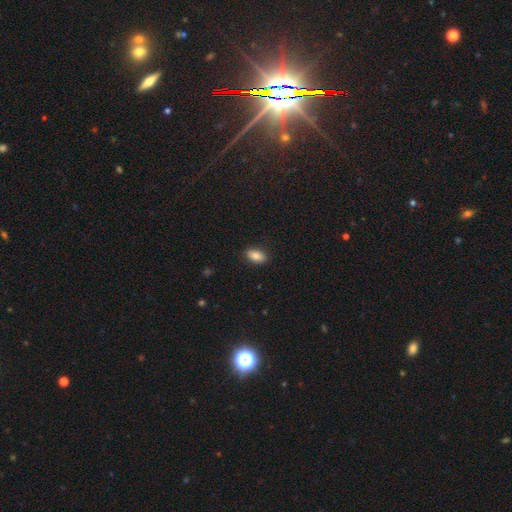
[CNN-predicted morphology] smooth 85%, star or artifact 8%, featured or disk 6%. Down the decision tree: how rounded — in between (91%); merging — none (88%).